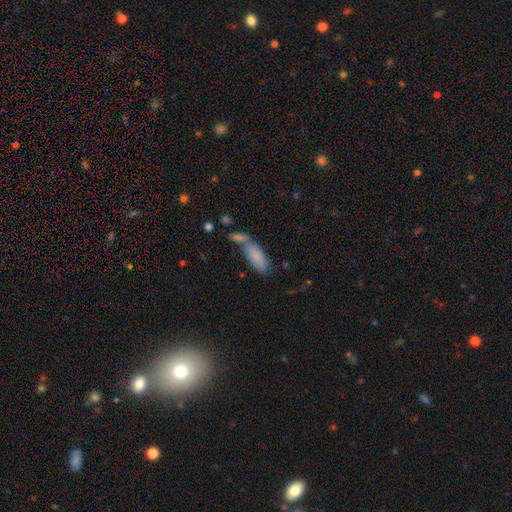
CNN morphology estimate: Smooth or featured? Predicted: smooth (p=0.81). How rounded? Predicted: in between (p=0.73). Merging? Predicted: none (p=0.44).